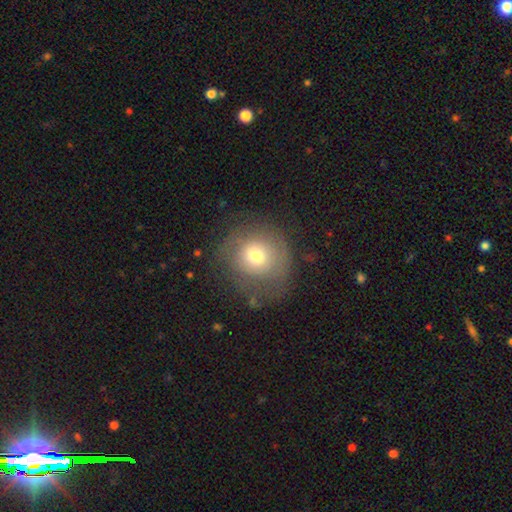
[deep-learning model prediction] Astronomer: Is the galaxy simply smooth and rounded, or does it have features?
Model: smooth — 64%.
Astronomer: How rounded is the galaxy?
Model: round — 87%.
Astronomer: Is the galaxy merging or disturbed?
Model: none — 63%.